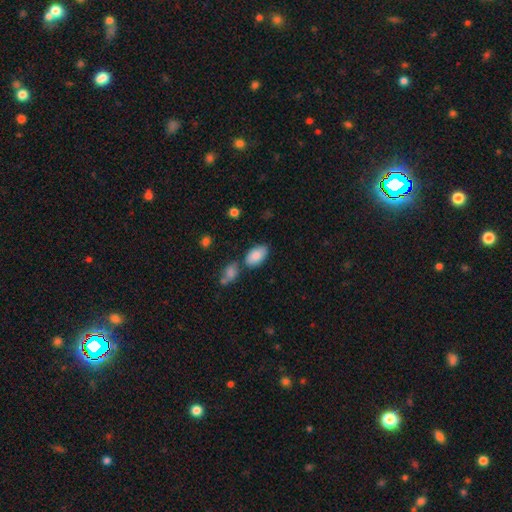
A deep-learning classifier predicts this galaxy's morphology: Smooth or featured: smooth — 85% (featured or disk — 8%)
How rounded: in between — 94% (round — 4%)
Merging: none — 69% (minor disturbance — 14%)